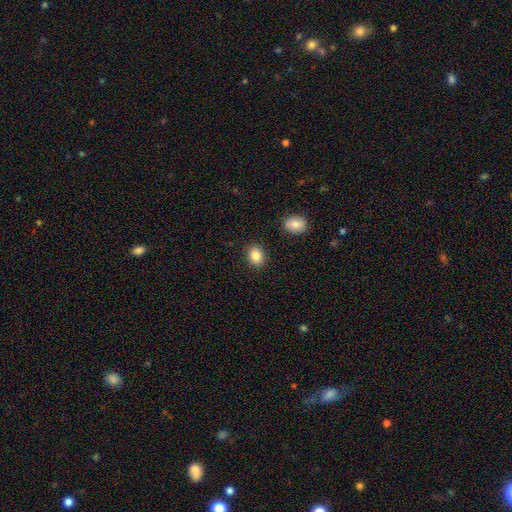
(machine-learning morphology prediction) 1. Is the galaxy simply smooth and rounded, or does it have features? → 86% smooth, 9% star or artifact, 5% featured or disk.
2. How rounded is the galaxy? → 60% in between, 39% round, 1% cigar-shaped.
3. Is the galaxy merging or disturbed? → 87% none, 8% minor disturbance, 2% merger, 2% major disturbance.